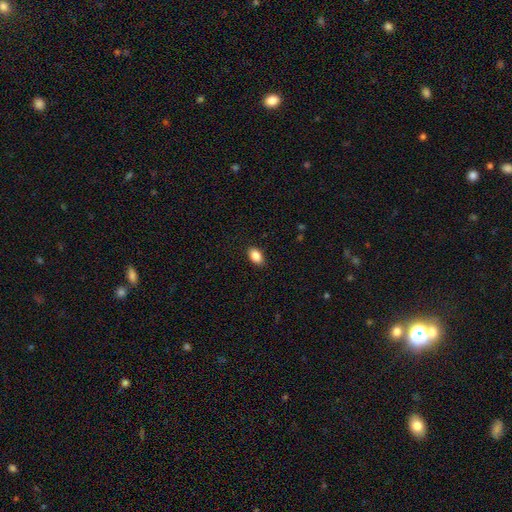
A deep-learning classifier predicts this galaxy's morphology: type=smooth (88%); roundness=in between (90%); merging=none (89%).